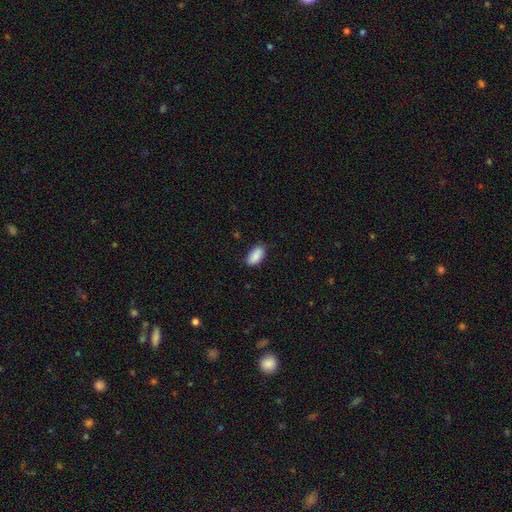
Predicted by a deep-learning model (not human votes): This is clearly a smooth galaxy (89%). How rounded: clearly in between (92%). Merging: clearly none (80%).